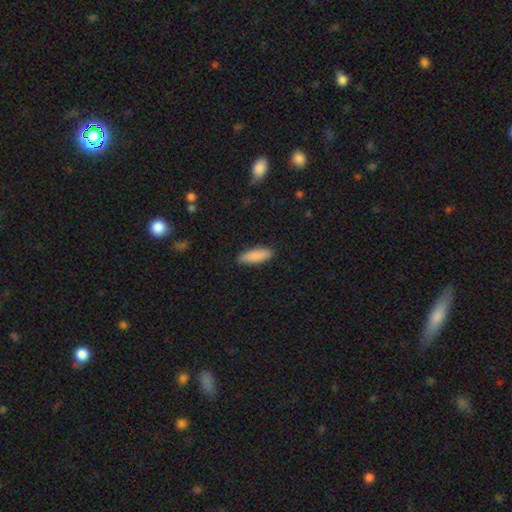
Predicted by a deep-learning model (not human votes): smooth_or_featured: smooth (p=0.88) [alt: featured or disk p=0.06]
how_rounded: in between (p=0.57) [alt: cigar-shaped p=0.41]
merging: none (p=0.89) [alt: minor disturbance p=0.08]